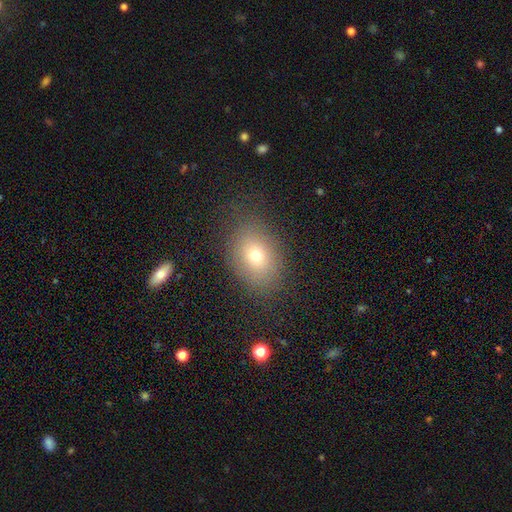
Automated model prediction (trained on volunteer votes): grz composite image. It shows a smooth galaxy with no disk features (70%) that is in between round and cigar-shaped (69%). Merging: none (76%).